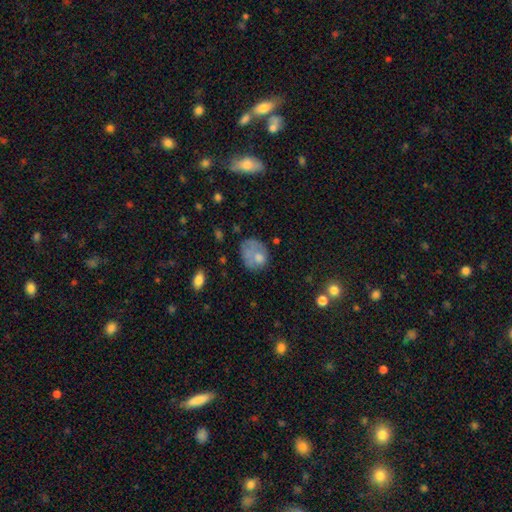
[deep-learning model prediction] Overall: smooth (62%; featured or disk 28%). How rounded: round (50%; in between 49%). Merging: none (43%; minor disturbance 28%).